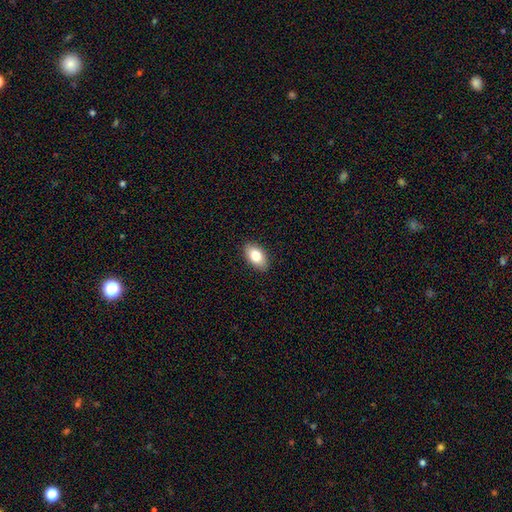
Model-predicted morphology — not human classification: A smooth galaxy with no disk features (81%) that is in between round and cigar-shaped (93%). Merging: none (89%).